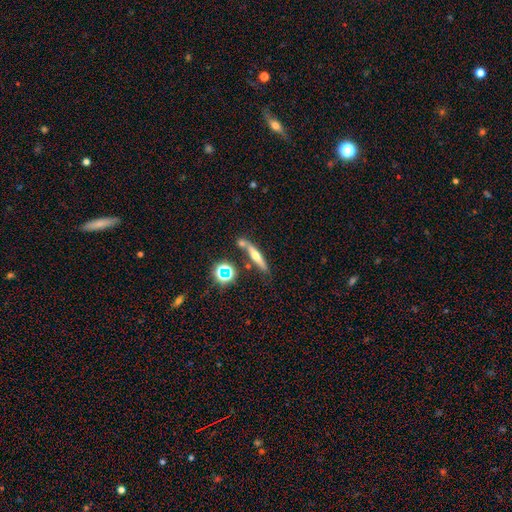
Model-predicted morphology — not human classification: This appears to be a featured or disk galaxy (50%) viewed edge-on (90%). Merging: none (71%).